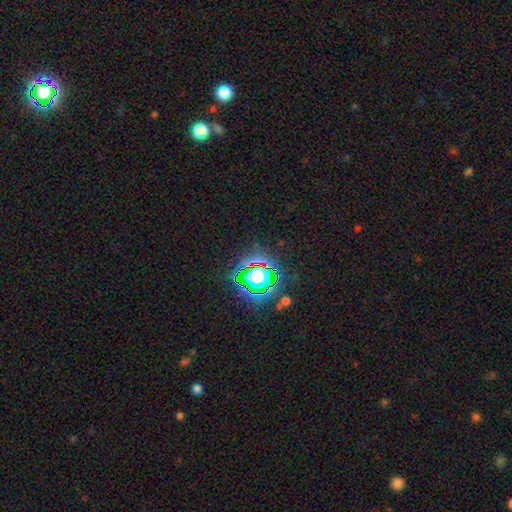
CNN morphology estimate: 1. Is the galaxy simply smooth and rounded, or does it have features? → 83% star or artifact, 10% smooth, 7% featured or disk.